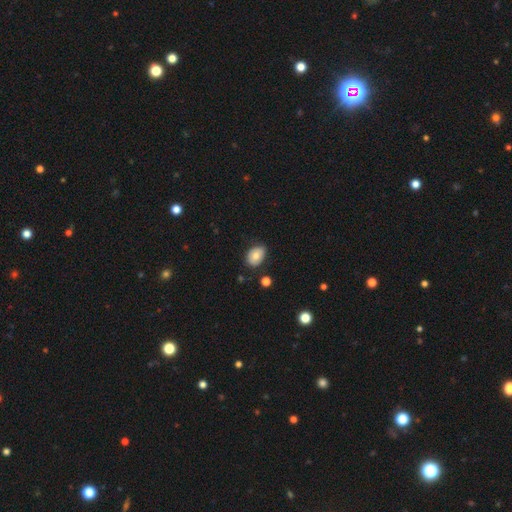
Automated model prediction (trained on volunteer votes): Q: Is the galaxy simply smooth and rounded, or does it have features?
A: smooth — 76%.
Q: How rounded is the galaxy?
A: in between — 76%.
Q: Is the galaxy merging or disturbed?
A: none — 76%.